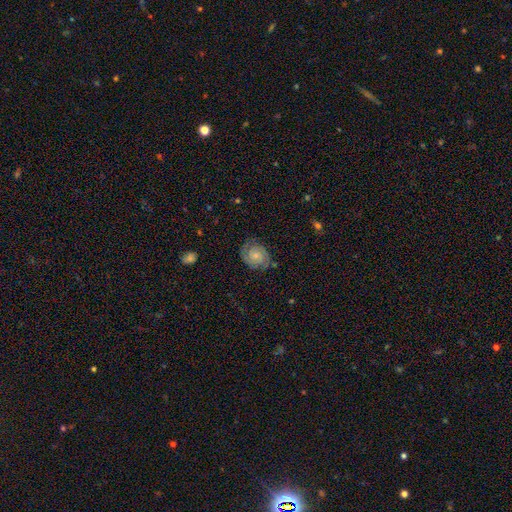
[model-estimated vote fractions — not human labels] Morphology: type=featured or disk (76%); edge-on=no (98%); bar=no (67%); spiral arms=yes (96%); winding=tight (58%); arm count=2 (82%); bulge=small (55%); merging=none (76%).